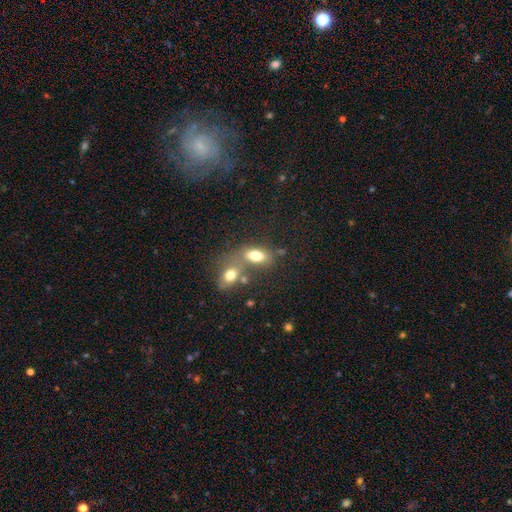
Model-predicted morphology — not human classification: This is likely a smooth galaxy (75%). How rounded: clearly in between (85%). Merging: possibly merger (45%).